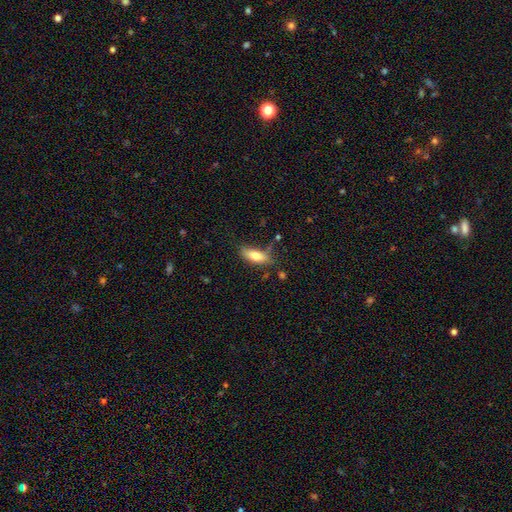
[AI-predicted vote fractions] This is likely a smooth galaxy (74%). How rounded: likely in between (73%). Merging: likely none (65%).